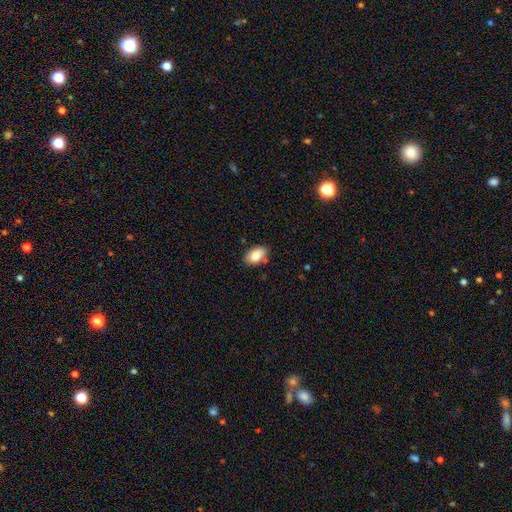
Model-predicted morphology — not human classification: Overall: smooth (84%). How rounded: in between (90%). Merging: none (76%).